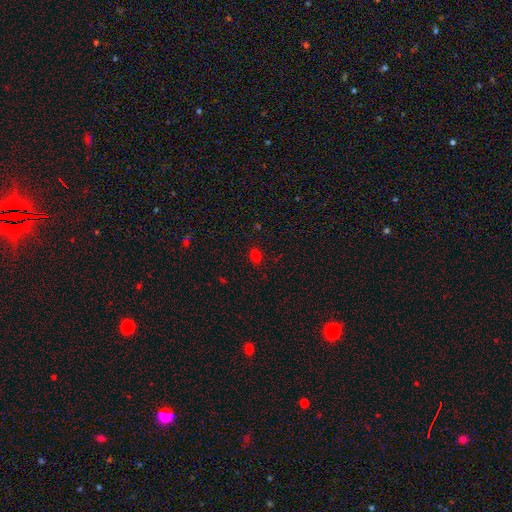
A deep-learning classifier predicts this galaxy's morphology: This appears to be a smooth galaxy with no disk features (75%) that is in between round and cigar-shaped (54%). Merging: none (86%).